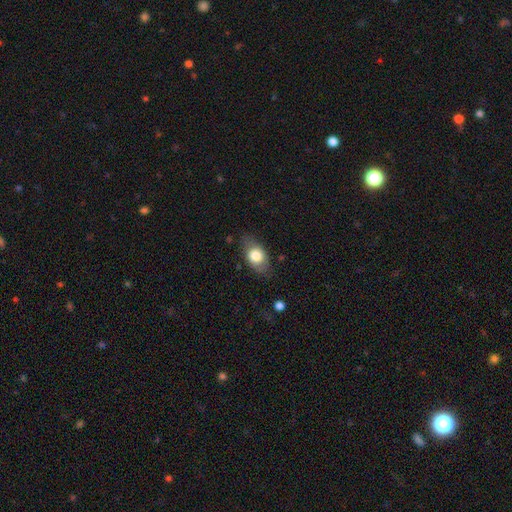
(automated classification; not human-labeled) Smooth or featured? smooth (73%)
How rounded? in between (85%)
Merging? none (75%)